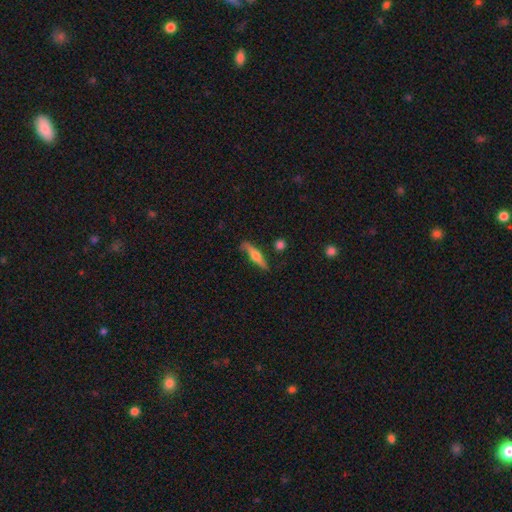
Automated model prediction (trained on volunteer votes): This appears to be a featured or disk galaxy (54%) viewed edge-on (91%). Merging: none (76%).